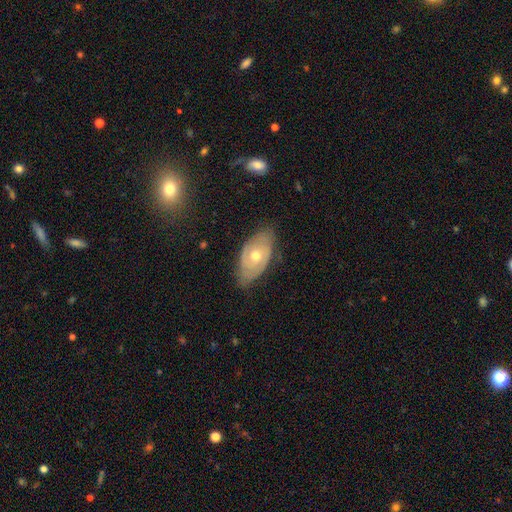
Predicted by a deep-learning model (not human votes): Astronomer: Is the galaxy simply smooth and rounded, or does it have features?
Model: featured or disk — 69%.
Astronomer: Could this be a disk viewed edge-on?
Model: no — 90%.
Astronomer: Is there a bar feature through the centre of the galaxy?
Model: no — 81%.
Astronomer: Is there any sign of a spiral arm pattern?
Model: yes — 63%.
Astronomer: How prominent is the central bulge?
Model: moderate — 75%.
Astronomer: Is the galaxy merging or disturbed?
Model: none — 68%.